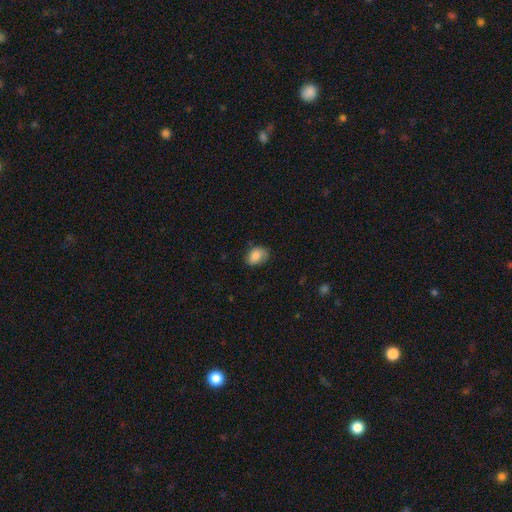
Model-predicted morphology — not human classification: This is clearly a smooth galaxy (82%). How rounded: likely in between (77%). Merging: likely none (70%).